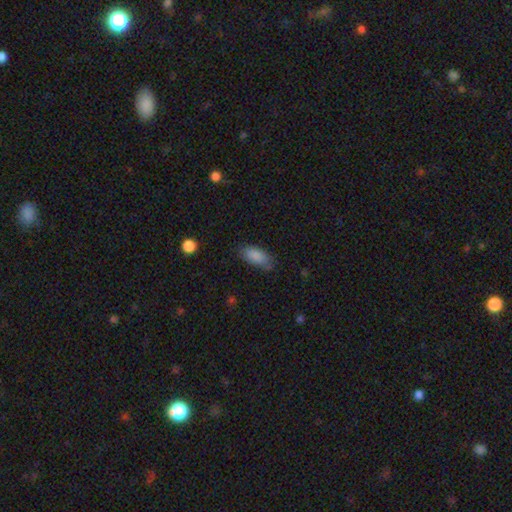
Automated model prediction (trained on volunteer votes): Smooth or featured: smooth — 87% (star or artifact — 7%)
How rounded: in between — 89% (cigar-shaped — 9%)
Merging: none — 71% (minor disturbance — 22%)